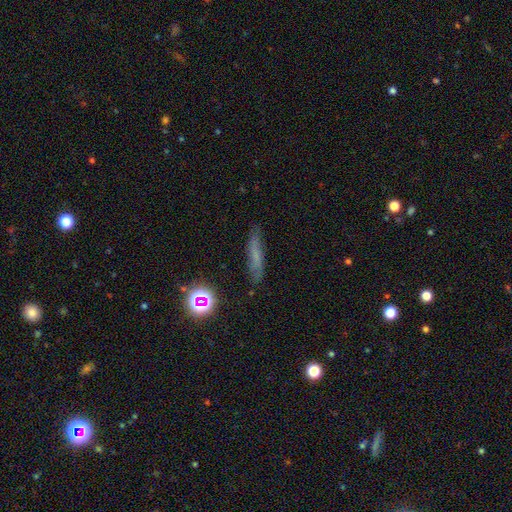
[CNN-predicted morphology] smooth 52%, featured or disk 31%, star or artifact 16%. Down the decision tree: how rounded — cigar-shaped (78%); merging — none (77%).